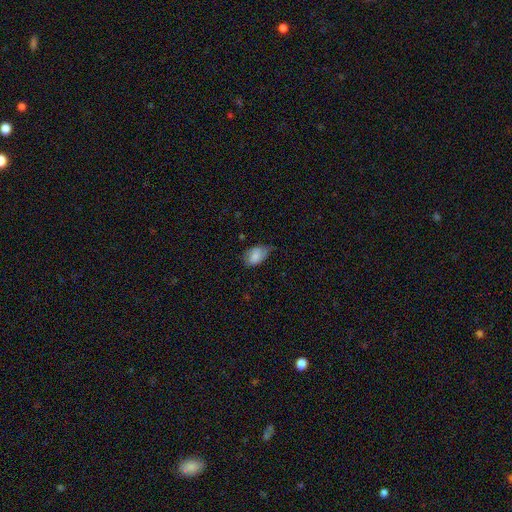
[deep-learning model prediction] A smooth galaxy with no disk features (79%) that is in between round and cigar-shaped (88%). Merging: none (46%).